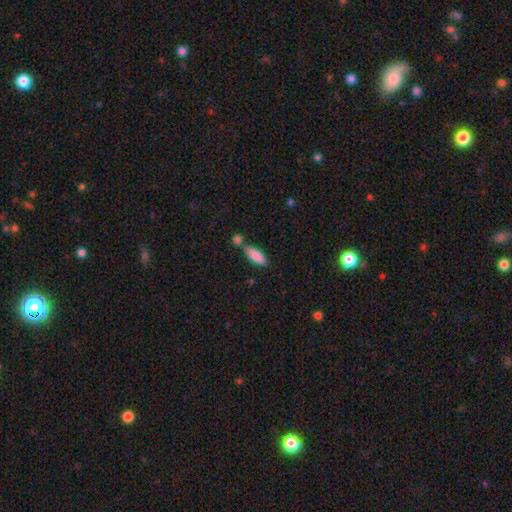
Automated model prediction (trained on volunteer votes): A smooth galaxy with no disk features (85%) that is in between round and cigar-shaped (51%). Merging: none (58%).